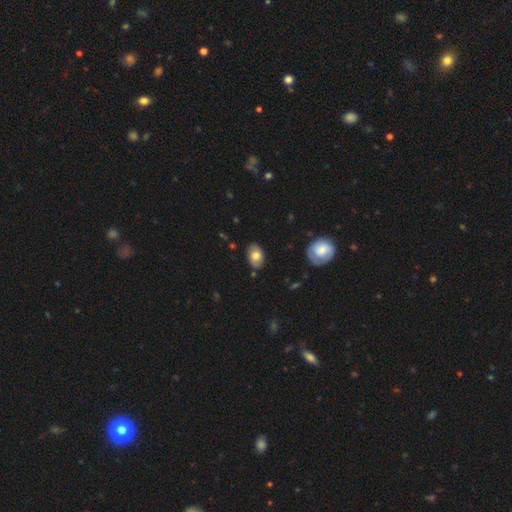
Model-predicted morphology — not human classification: smooth-or-featured: smooth: 75% | featured or disk: 18% | star or artifact: 7%
  how-rounded: in between: 86% | round: 12% | cigar-shaped: 1%
  merging: none: 84% | minor disturbance: 12% | major disturbance: 2% | merger: 2%